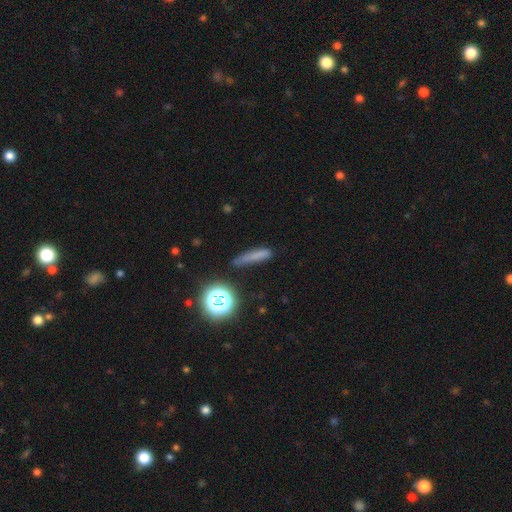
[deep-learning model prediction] Overall: smooth (66%). How rounded: cigar-shaped (84%). Merging: none (68%).